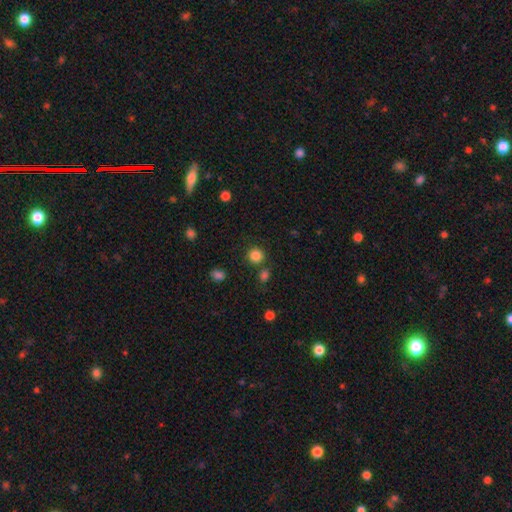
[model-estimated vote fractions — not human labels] smooth 84%, star or artifact 12%, featured or disk 4%. Down the decision tree: how rounded — round (91%); merging — none (80%).